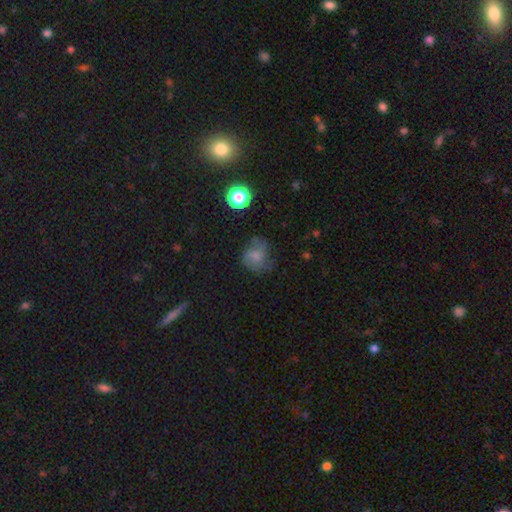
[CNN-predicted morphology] A smooth galaxy with no disk features (59%) that is round (70%).

Vote fractions:
- Smooth or featured? smooth: 59% / featured or disk: 27% / star or artifact: 14%
- How rounded? round: 70% / in between: 29% / cigar-shaped: 1%
- Merging? none: 51% / minor disturbance: 27% / major disturbance: 20% / merger: 3%